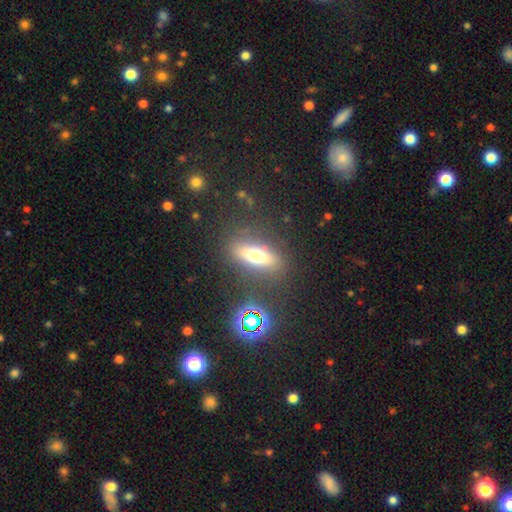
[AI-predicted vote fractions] Smooth or featured? smooth (54%)
How rounded? in between (52%)
Merging? none (81%)